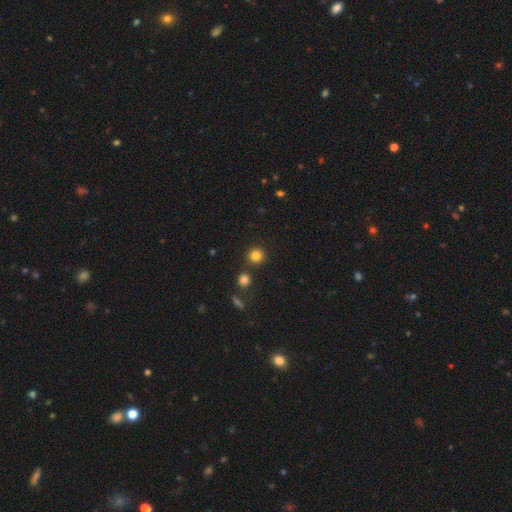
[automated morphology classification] Smooth or featured? smooth (82%)
How rounded? round (93%)
Merging? none (85%)